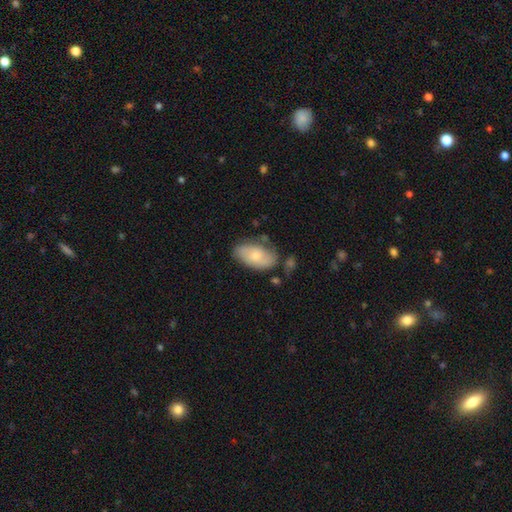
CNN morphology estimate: This is likely a smooth galaxy (62%). How rounded: clearly in between (93%). Merging: possibly none (59%).